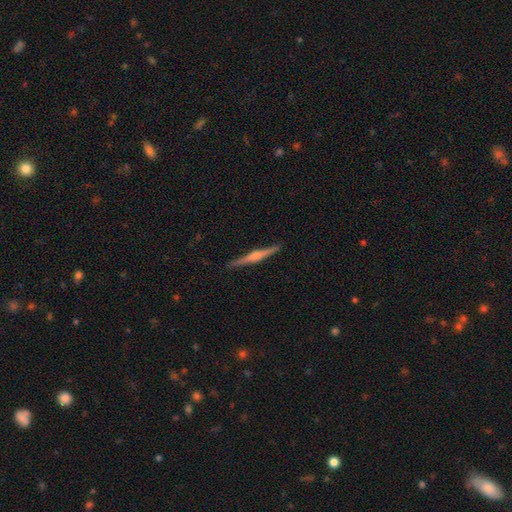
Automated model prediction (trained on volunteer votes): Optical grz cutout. It shows a featured or disk galaxy (73%) viewed edge-on (98%) with a rounded central bulge (78%). Merging: none (91%).